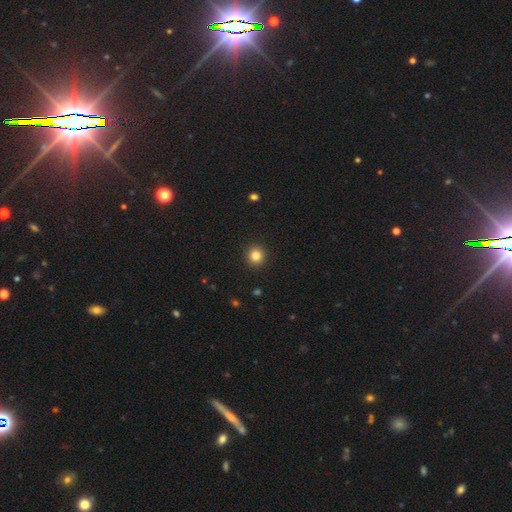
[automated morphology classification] This is clearly a smooth galaxy (84%). How rounded: clearly round (88%). Merging: clearly none (92%).